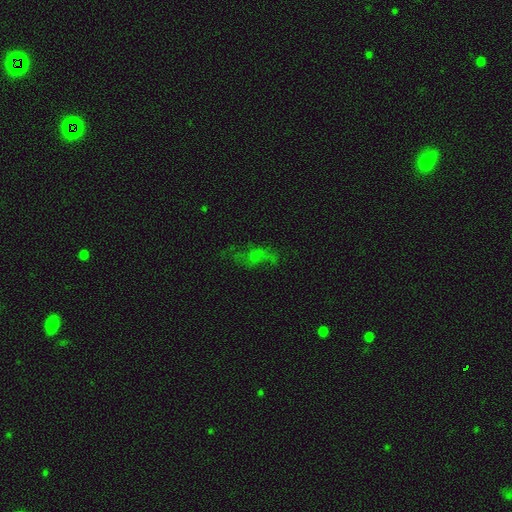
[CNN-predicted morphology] Smooth or featured: featured or disk — 37% (tied with smooth — 37%)
Merging: none — 53% (major disturbance — 23%)